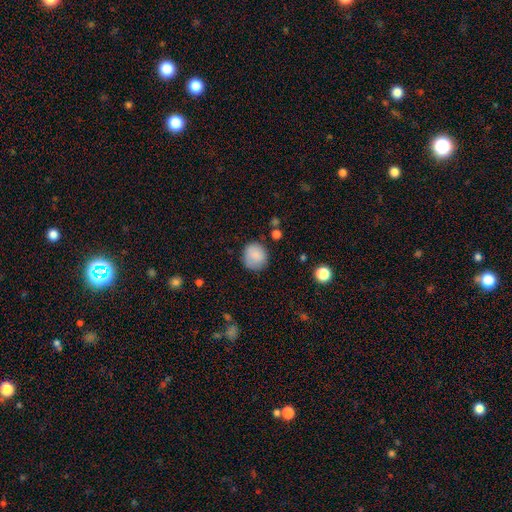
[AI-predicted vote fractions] Smooth or featured? smooth (84%)
How rounded? round (88%)
Merging? none (80%)